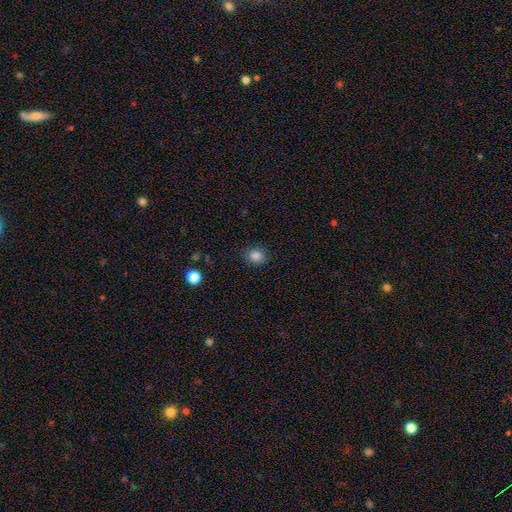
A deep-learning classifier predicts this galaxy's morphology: This appears to be a smooth galaxy with no disk features (85%) that is round (68%). Merging: none (87%).